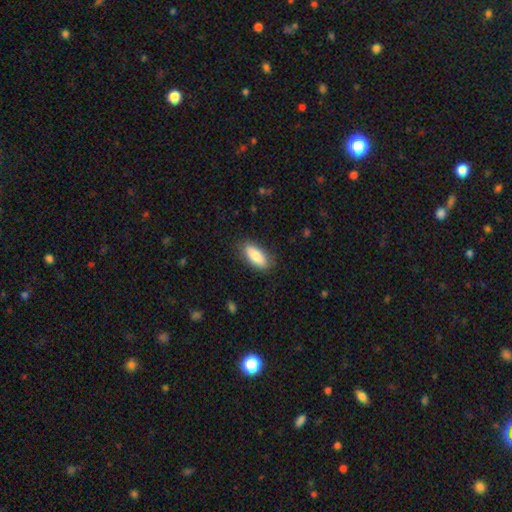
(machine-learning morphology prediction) Smooth or featured: smooth — 82% (featured or disk — 12%)
How rounded: in between — 82% (cigar-shaped — 16%)
Merging: none — 83% (minor disturbance — 13%)